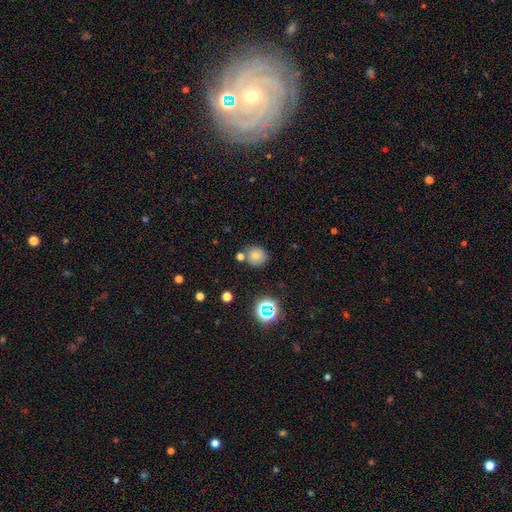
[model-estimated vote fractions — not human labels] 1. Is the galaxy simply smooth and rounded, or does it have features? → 74% smooth, 17% star or artifact, 9% featured or disk.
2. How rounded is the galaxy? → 91% round, 8% in between, 1% cigar-shaped.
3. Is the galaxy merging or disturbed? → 74% none, 13% merger, 10% minor disturbance, 3% major disturbance.